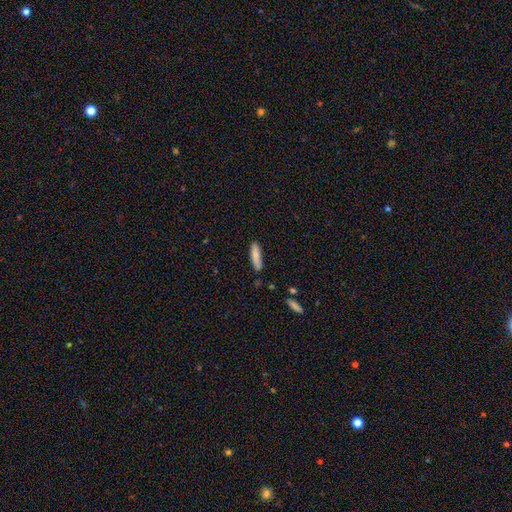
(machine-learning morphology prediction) This is clearly a smooth galaxy (82%). How rounded: likely cigar-shaped (69%). Merging: clearly none (83%).